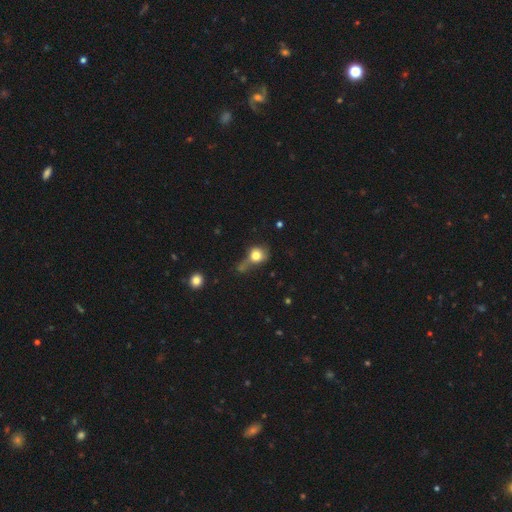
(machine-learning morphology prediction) Smooth or featured? smooth (76%)
How rounded? round (73%)
Merging? none (36%)